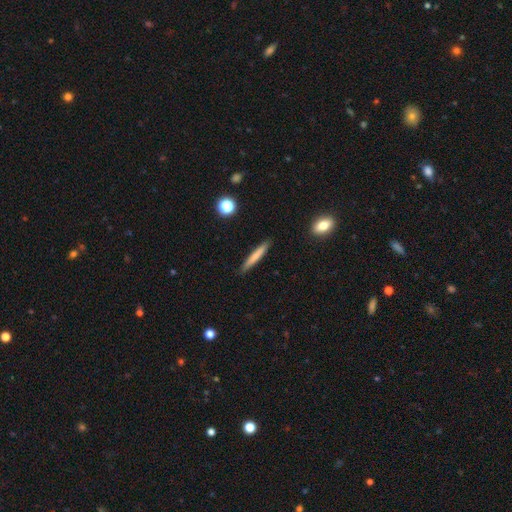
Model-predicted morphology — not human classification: smooth_or_featured: smooth (p=0.72) [alt: featured or disk p=0.21]
how_rounded: cigar-shaped (p=0.95) [alt: in between p=0.04]
merging: none (p=0.90) [alt: minor disturbance p=0.07]